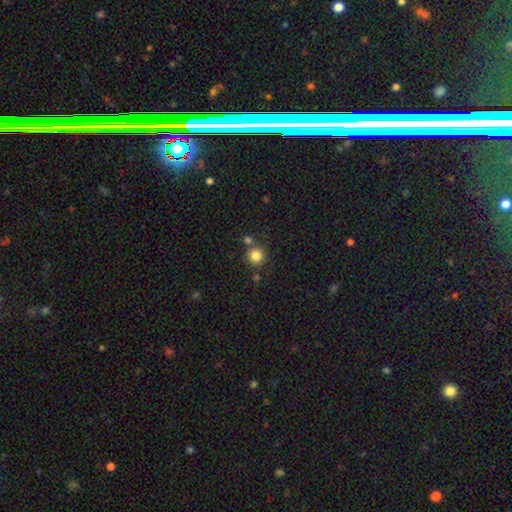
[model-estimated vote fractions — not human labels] smooth-or-featured: smooth: 82% | star or artifact: 12% | featured or disk: 6%
  how-rounded: round: 93% | in between: 6% | cigar-shaped: 1%
  merging: none: 75% | merger: 15% | minor disturbance: 8% | major disturbance: 3%